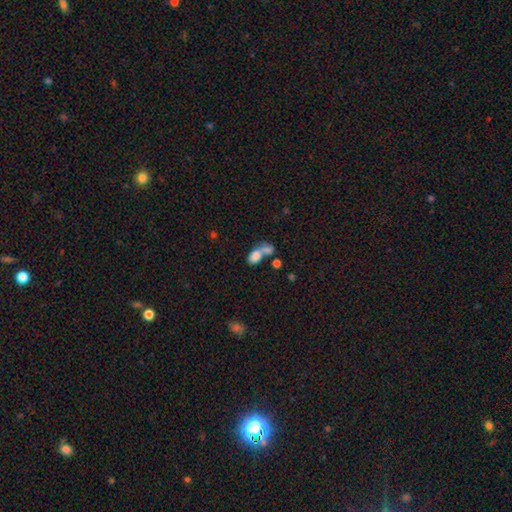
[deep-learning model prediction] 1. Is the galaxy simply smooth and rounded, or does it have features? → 78% smooth, 12% featured or disk, 10% star or artifact.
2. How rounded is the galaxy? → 84% in between, 13% round, 2% cigar-shaped.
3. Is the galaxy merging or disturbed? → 66% merger, 20% none, 7% minor disturbance, 7% major disturbance.